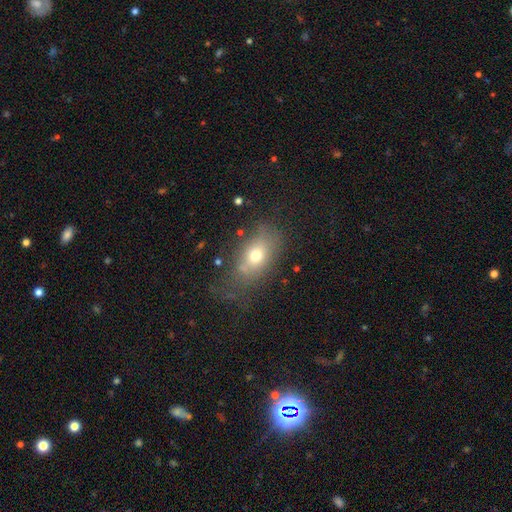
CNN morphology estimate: A smooth galaxy with no disk features (67%) that is in between round and cigar-shaped (77%). Merging: none (50%).